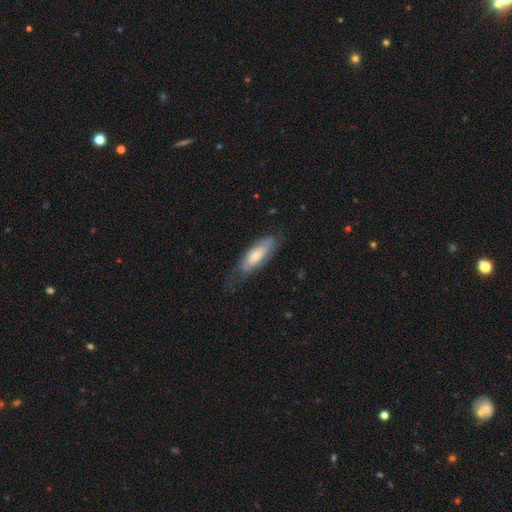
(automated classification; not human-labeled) smooth_or_featured: smooth (p=0.50) [alt: featured or disk p=0.44]
merging: none (p=0.57) [alt: minor disturbance p=0.29]